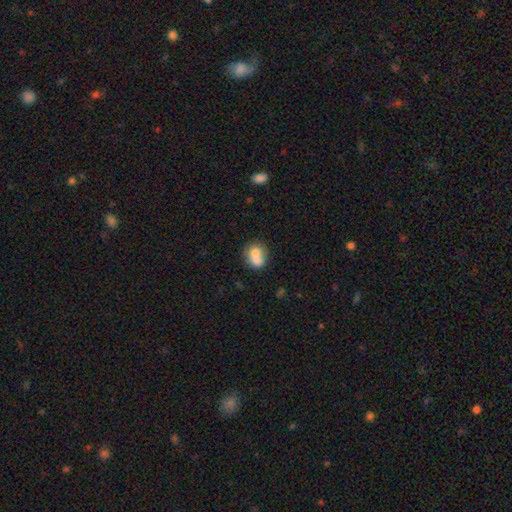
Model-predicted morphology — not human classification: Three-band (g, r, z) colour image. It shows a smooth galaxy with no disk features (73%) that is round (57%). Merging: merger (46%).